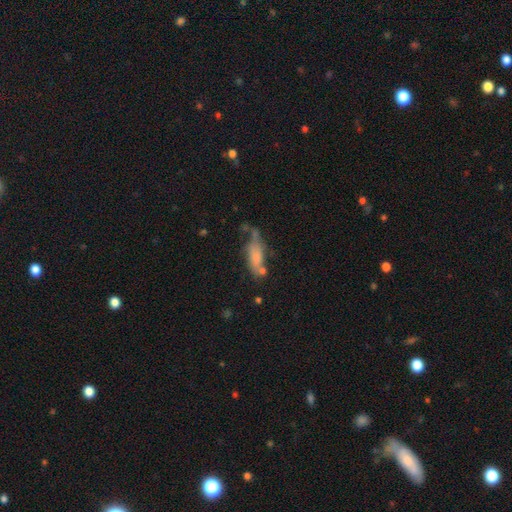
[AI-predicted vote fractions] Smooth or featured: smooth — 63% (featured or disk — 27%)
How rounded: in between — 69% (cigar-shaped — 27%)
Merging: none — 32% (minor disturbance — 26%)